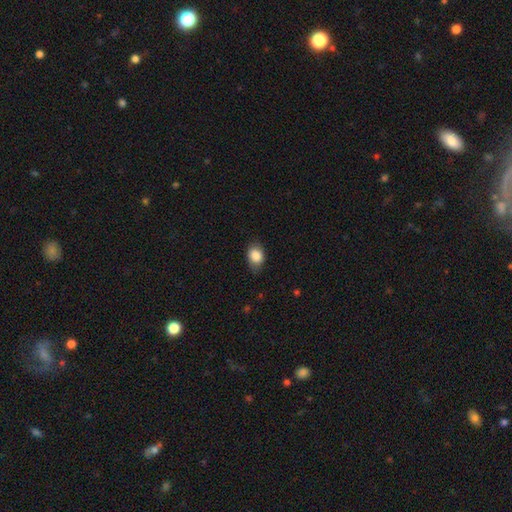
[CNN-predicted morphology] Smooth or featured? Predicted: smooth (p=0.86). How rounded? Predicted: in between (p=0.68). Merging? Predicted: none (p=0.72).